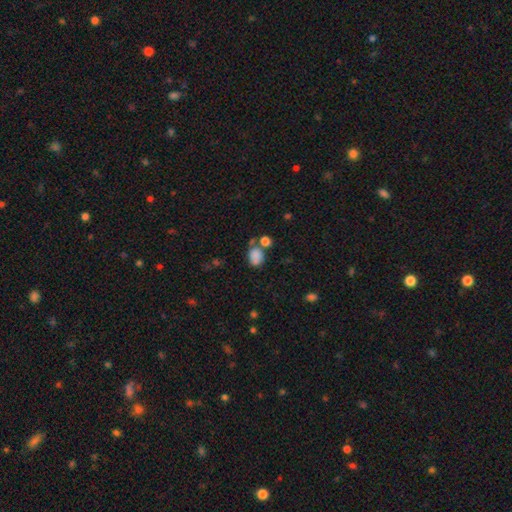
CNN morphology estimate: Smooth or featured? Predicted: smooth (p=0.80). How rounded? Predicted: in between (p=0.61). Merging? Predicted: none (p=0.44).